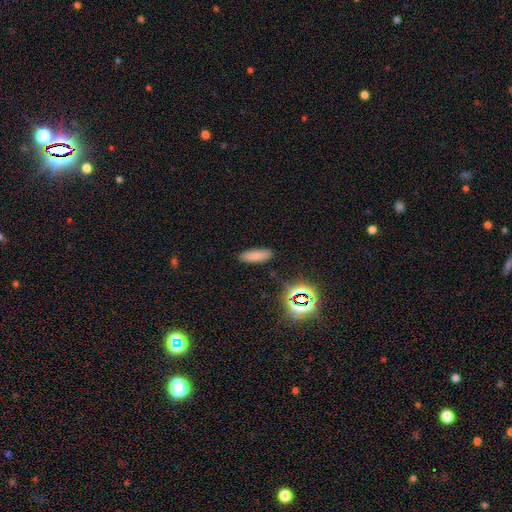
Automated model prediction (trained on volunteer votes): Smooth or featured: smooth — 79% (star or artifact — 14%)
How rounded: in between — 59% (cigar-shaped — 38%)
Merging: none — 88% (minor disturbance — 8%)